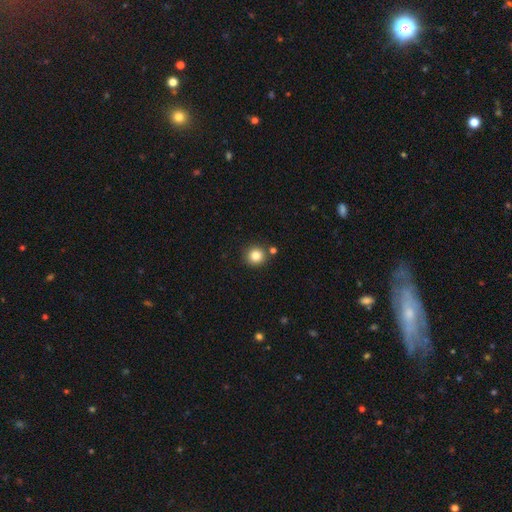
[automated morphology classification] Smooth or featured?
  - smooth: 83% *
  - star or artifact: 11%
  - featured or disk: 5%
How rounded?
  - round: 93% *
  - in between: 6%
  - cigar-shaped: 1%
Merging?
  - none: 84% *
  - minor disturbance: 7%
  - merger: 7%
  - major disturbance: 2%